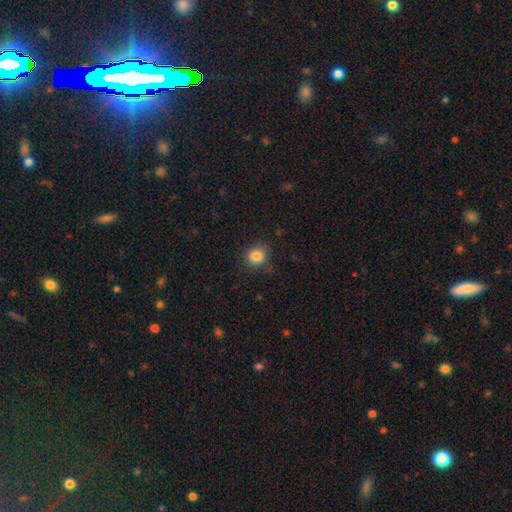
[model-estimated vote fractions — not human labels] This appears to be a smooth galaxy with no disk features (84%) that is round (79%). Merging: none (84%).